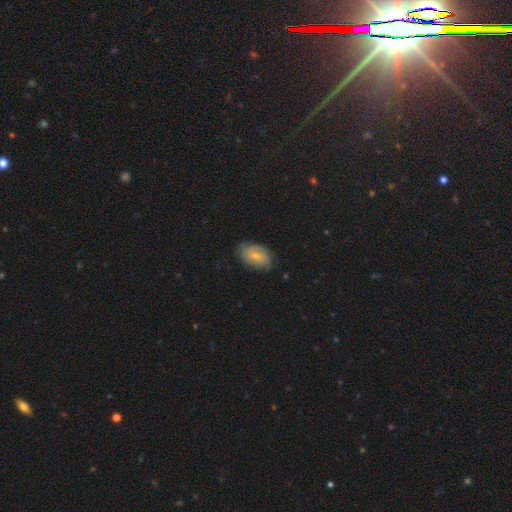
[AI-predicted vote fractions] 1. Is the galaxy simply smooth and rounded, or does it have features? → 60% smooth, 33% featured or disk, 7% star or artifact.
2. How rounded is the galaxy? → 90% in between, 8% round, 2% cigar-shaped.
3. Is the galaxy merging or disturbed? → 73% none, 22% minor disturbance, 4% major disturbance, 1% merger.